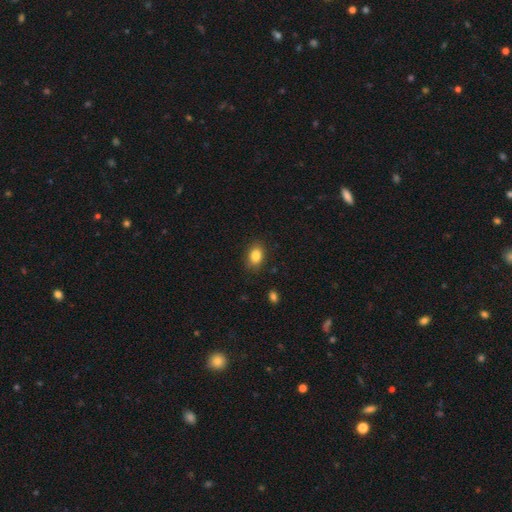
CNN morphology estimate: Smooth or featured: smooth — 85% (star or artifact — 9%)
How rounded: in between — 79% (round — 19%)
Merging: none — 86% (minor disturbance — 10%)